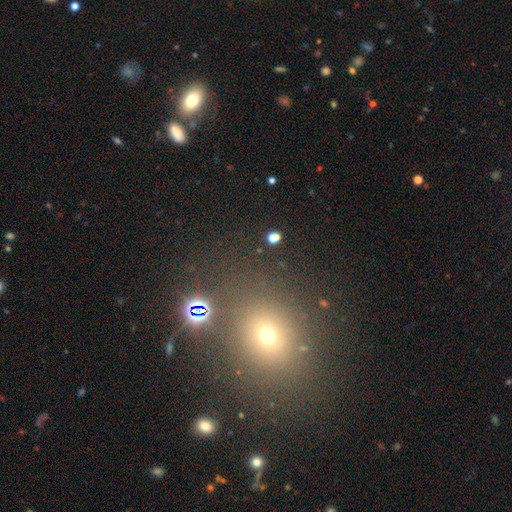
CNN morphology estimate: A smooth galaxy with no disk features (53%) that is round (66%).

Vote fractions:
- Smooth or featured? smooth: 53% / star or artifact: 37% / featured or disk: 10%
- How rounded? round: 66% / in between: 33% / cigar-shaped: 2%
- Merging? none: 80% / minor disturbance: 9% / merger: 7% / major disturbance: 4%